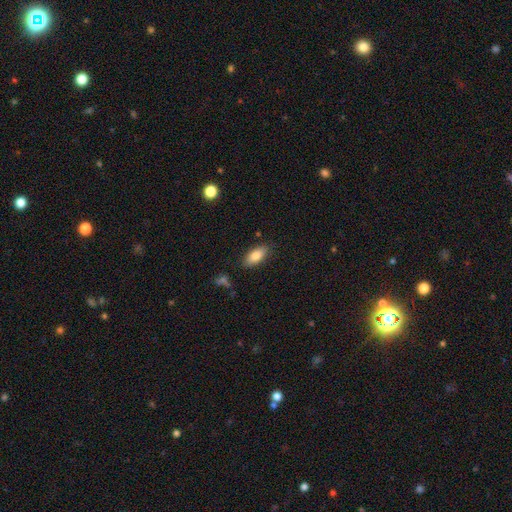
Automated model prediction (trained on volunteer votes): Smooth or featured?
  - smooth: 83% *
  - featured or disk: 10%
  - star or artifact: 7%
How rounded?
  - in between: 86% *
  - cigar-shaped: 11%
  - round: 3%
Merging?
  - none: 84% *
  - minor disturbance: 11%
  - major disturbance: 3%
  - merger: 2%